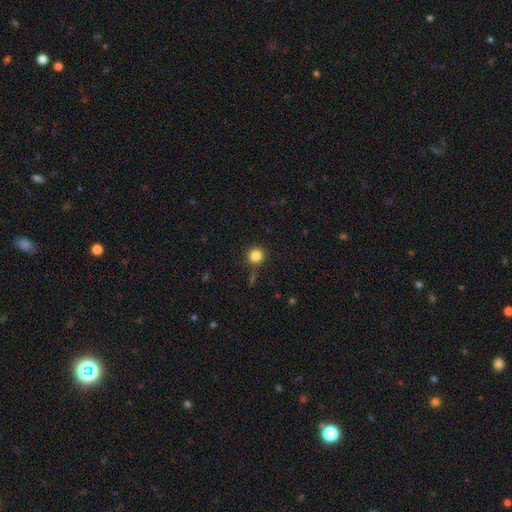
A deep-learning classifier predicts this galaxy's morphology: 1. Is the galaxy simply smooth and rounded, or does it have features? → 84% smooth, 12% star or artifact, 4% featured or disk.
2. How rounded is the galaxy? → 93% round, 6% in between, 1% cigar-shaped.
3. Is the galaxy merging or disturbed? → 87% none, 8% minor disturbance, 3% major disturbance, 3% merger.